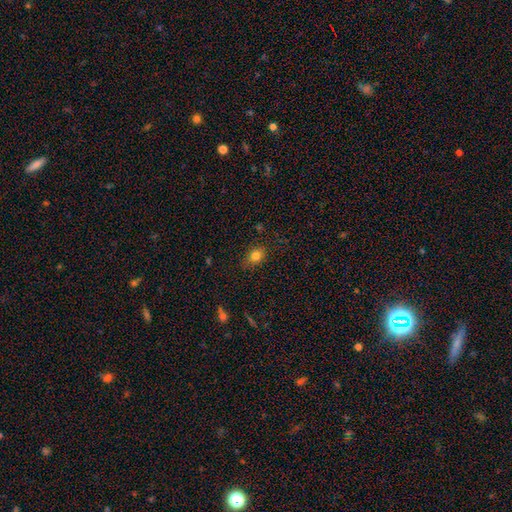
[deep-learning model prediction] smooth 80%, star or artifact 12%, featured or disk 8%. Down the decision tree: how rounded — in between (61%); merging — none (79%).